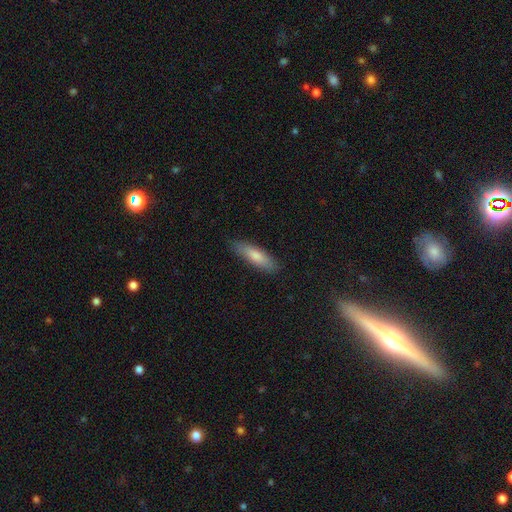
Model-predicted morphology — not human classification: smooth_or_featured: smooth (p=0.73) [alt: featured or disk p=0.20]
how_rounded: cigar-shaped (p=0.66) [alt: in between p=0.33]
merging: none (p=0.86) [alt: minor disturbance p=0.11]